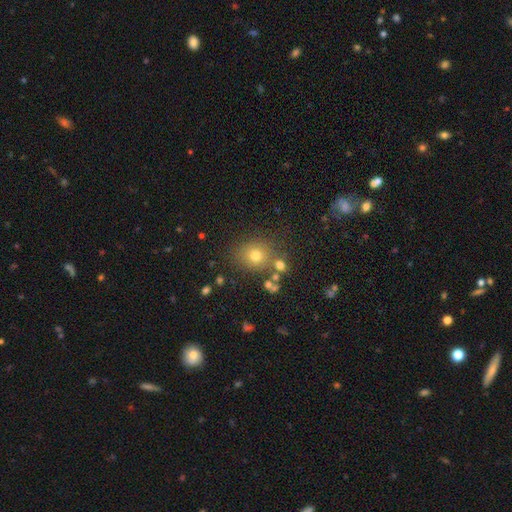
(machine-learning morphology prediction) smooth 70%, star or artifact 19%, featured or disk 10%. Down the decision tree: how rounded — round (77%); merging — none (75%).